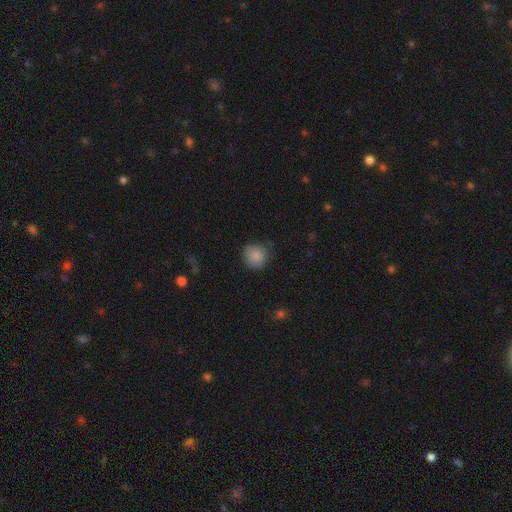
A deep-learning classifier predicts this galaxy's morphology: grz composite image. It shows a smooth galaxy with no disk features (85%) that is round (89%). Merging: none (70%).